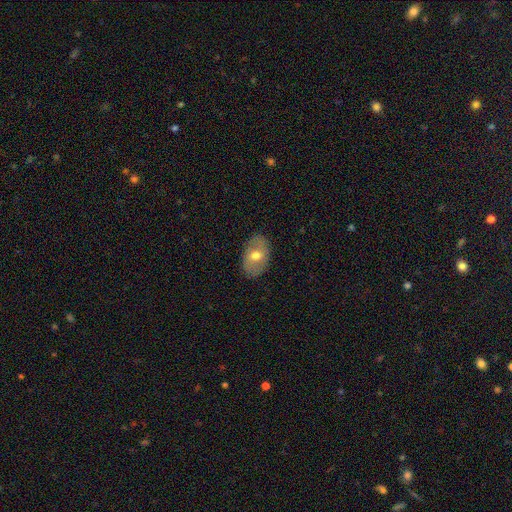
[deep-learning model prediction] Morphology: type=smooth (59%); roundness=in between (85%); merging=none (84%).